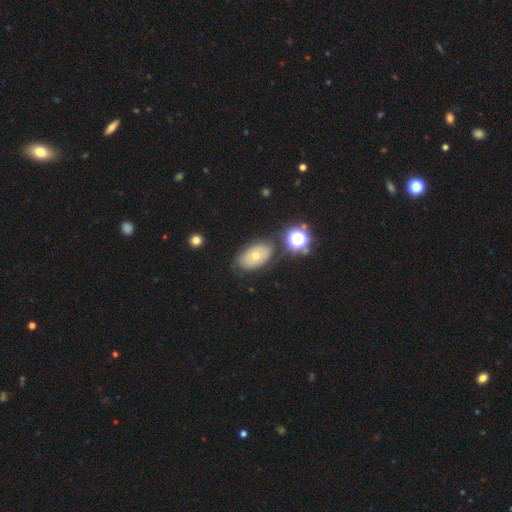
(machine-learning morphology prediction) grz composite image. It shows a smooth galaxy with no disk features (50%) that is in between round and cigar-shaped (86%). Merging: none (70%).